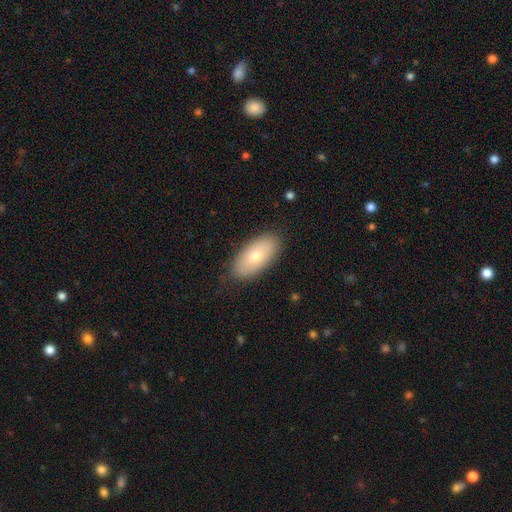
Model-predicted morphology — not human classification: This is likely a smooth galaxy (75%). How rounded: clearly in between (93%). Merging: clearly none (84%).